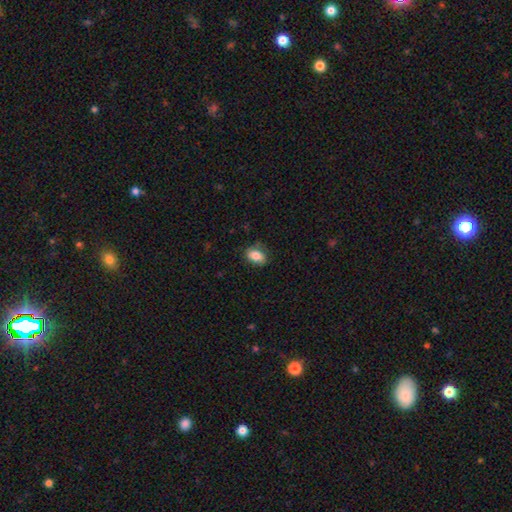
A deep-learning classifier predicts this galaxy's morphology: Smooth or featured? smooth (83%)
How rounded? in between (86%)
Merging? none (75%)